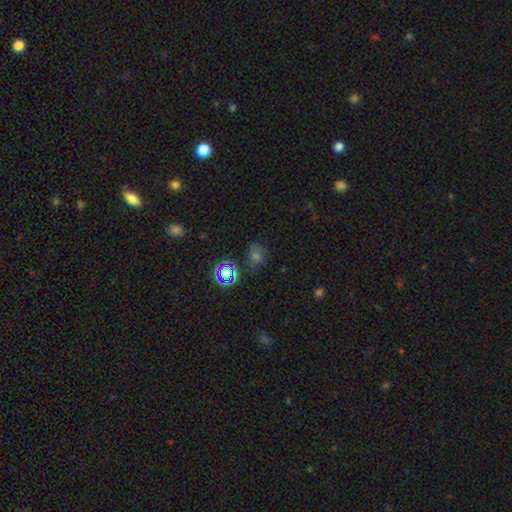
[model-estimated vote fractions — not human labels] This is possibly a smooth galaxy (50%). How rounded: possibly round (59%). Merging: likely none (76%).